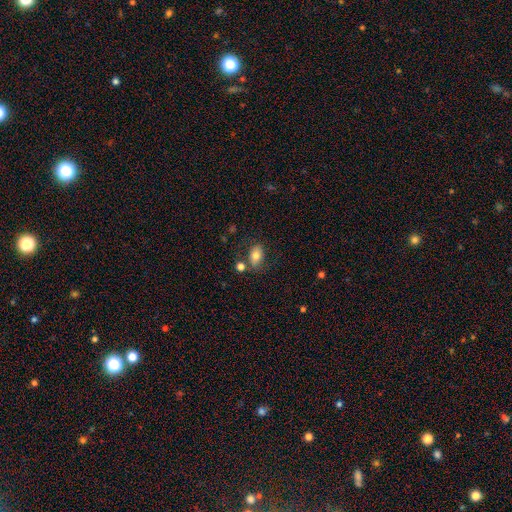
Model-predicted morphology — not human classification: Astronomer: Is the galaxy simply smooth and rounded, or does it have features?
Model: smooth — 76%.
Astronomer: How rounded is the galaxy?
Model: in between — 85%.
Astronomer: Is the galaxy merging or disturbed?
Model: none — 67%.